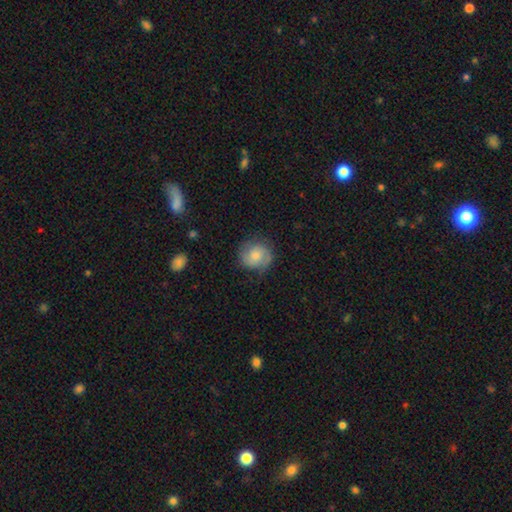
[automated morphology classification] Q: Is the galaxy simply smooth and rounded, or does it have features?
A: smooth — 50%.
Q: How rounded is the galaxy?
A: round — 82%.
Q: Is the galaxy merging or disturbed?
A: none — 73%.